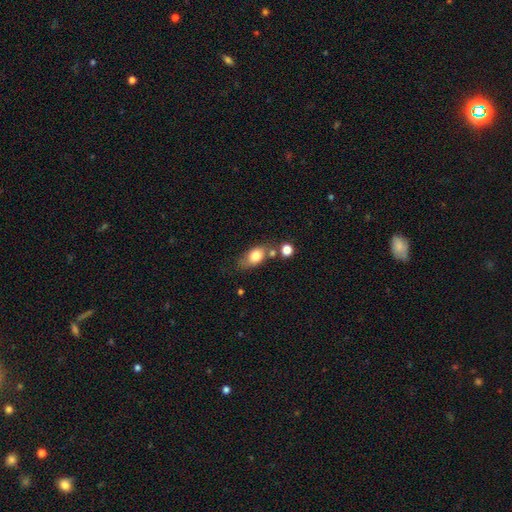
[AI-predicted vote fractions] Smooth or featured: smooth — 77% (featured or disk — 14%)
How rounded: in between — 79% (round — 17%)
Merging: none — 54% (minor disturbance — 21%)